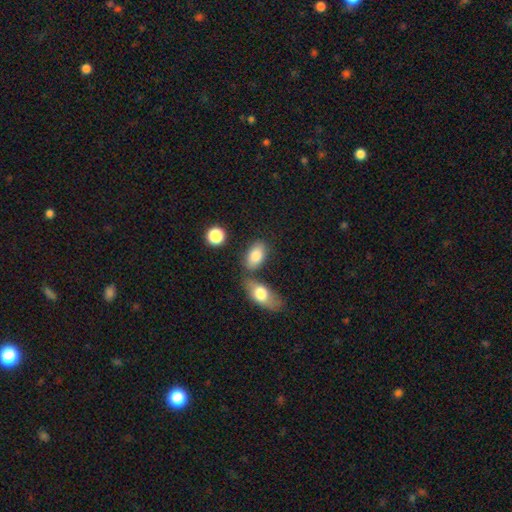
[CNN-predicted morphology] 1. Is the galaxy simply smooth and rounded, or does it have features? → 82% smooth, 11% featured or disk, 7% star or artifact.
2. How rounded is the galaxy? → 90% in between, 8% round, 2% cigar-shaped.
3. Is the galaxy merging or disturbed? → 63% none, 18% merger, 14% minor disturbance, 5% major disturbance.